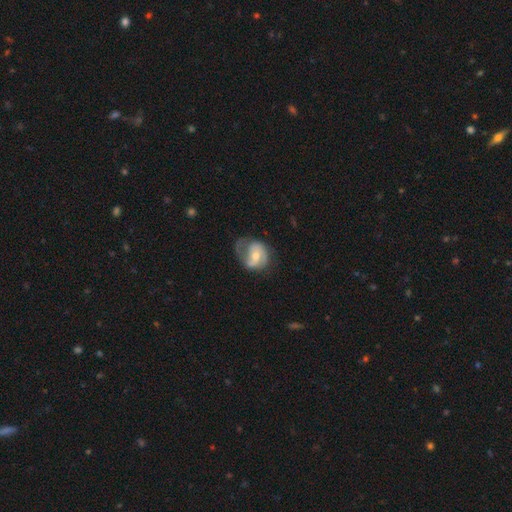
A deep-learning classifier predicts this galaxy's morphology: featured or disk 70%, smooth 24%, star or artifact 6%. Down the decision tree: edge-on disk — no (97%); bar — no (51%); spiral arms — yes (87%); spiral arm count — 2 (63%); spiral winding — medium (44%); bulge size — moderate (59%); merging — none (45%).